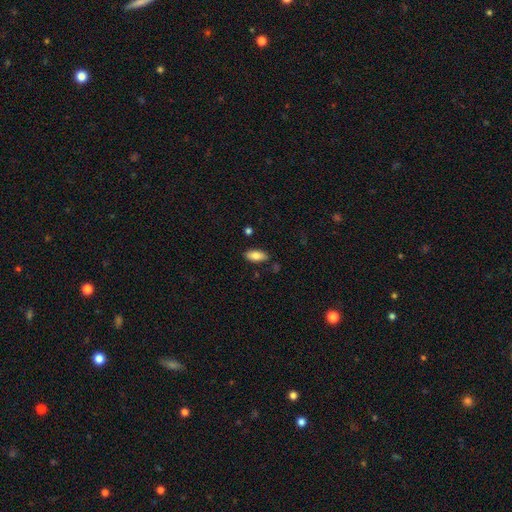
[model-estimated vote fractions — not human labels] Morphology: type=smooth (82%); roundness=in between (90%); merging=none (82%).